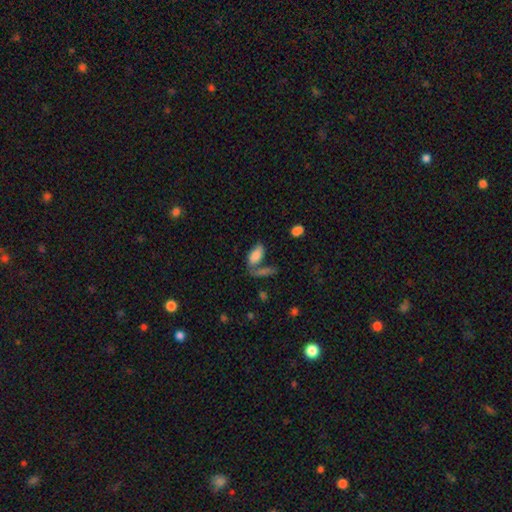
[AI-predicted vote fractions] This is likely a smooth galaxy (77%). How rounded: clearly in between (89%). Merging: marginally none (41%).